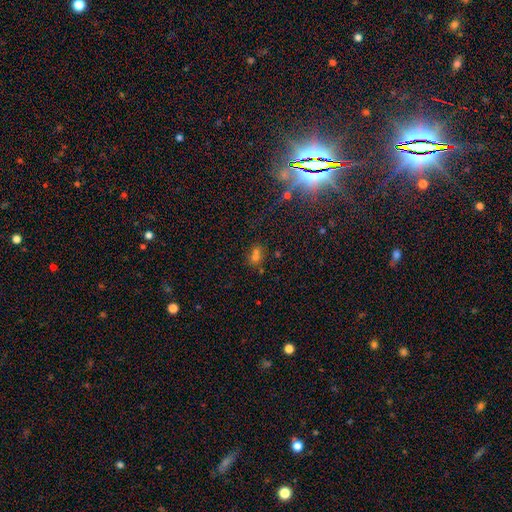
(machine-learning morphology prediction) A smooth galaxy with no disk features (52%) that is round (54%). Merging: none (48%).